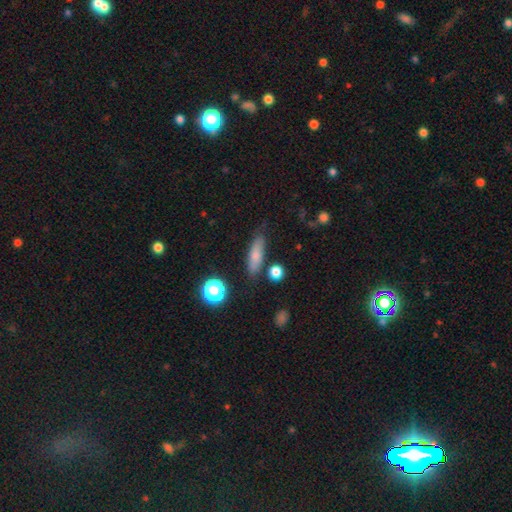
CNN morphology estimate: type=smooth (72%); roundness=cigar-shaped (53%); merging=none (76%).